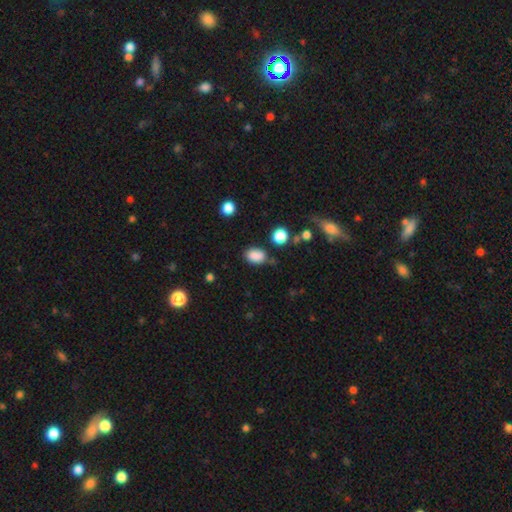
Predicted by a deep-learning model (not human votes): Morphology: type=smooth (85%); roundness=in between (79%); merging=none (73%).